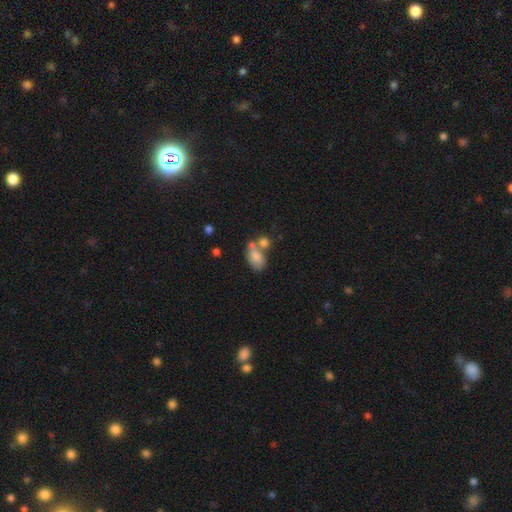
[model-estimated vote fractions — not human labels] A smooth galaxy with no disk features (76%) that is in between round and cigar-shaped (87%).

Vote fractions:
- Smooth or featured? smooth: 76% / featured or disk: 15% / star or artifact: 9%
- How rounded? in between: 87% / round: 11% / cigar-shaped: 2%
- Merging? merger: 46% / none: 30% / minor disturbance: 15% / major disturbance: 9%